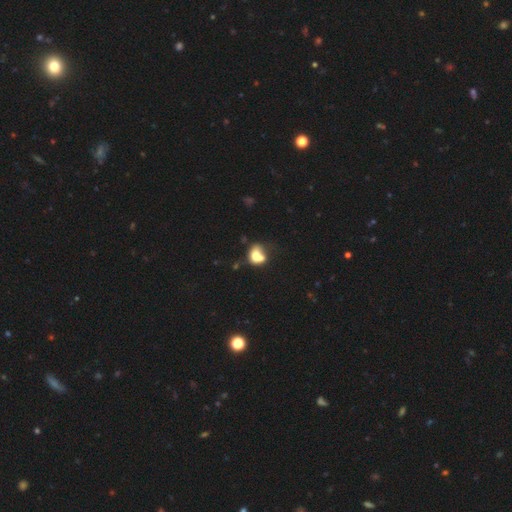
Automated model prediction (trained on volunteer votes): This appears to be a smooth galaxy with no disk features (66%) that is in between round and cigar-shaped (59%). Merging: merger (41%).